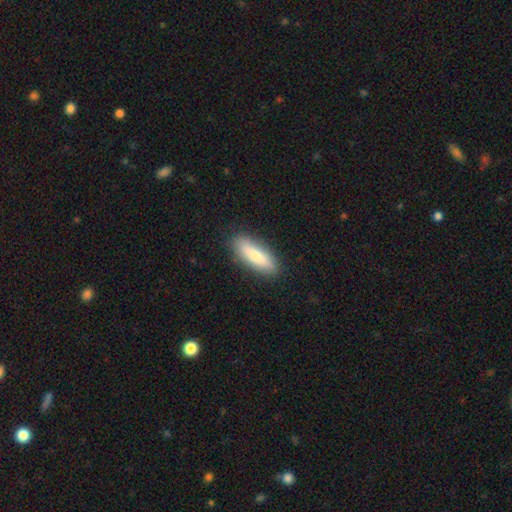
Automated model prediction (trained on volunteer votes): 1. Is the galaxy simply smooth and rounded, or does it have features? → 78% smooth, 17% featured or disk, 6% star or artifact.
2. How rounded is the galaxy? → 49% in between (tied), 49% cigar-shaped (tied), 2% round.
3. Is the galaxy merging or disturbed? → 87% none, 10% minor disturbance, 2% major disturbance, 1% merger.